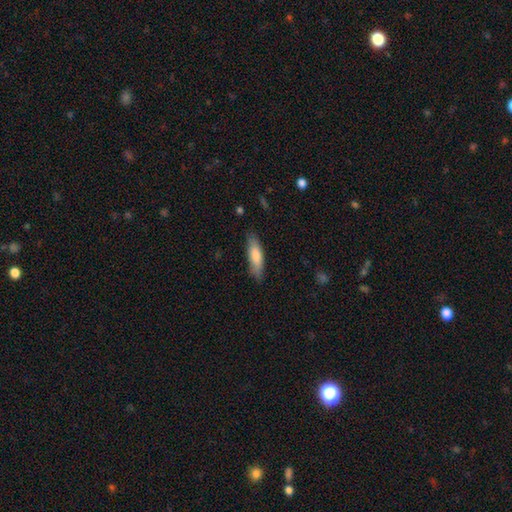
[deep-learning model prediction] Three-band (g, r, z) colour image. It shows a smooth galaxy with no disk features (79%) that is cigar-shaped (60%). Merging: none (81%).